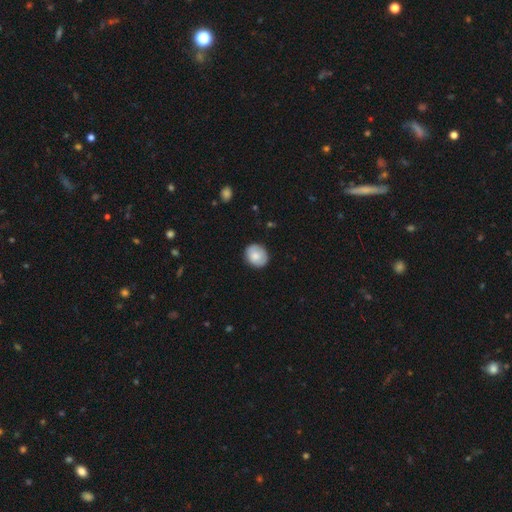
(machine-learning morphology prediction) smooth 81%, featured or disk 13%, star or artifact 7%. Down the decision tree: how rounded — round (65%); merging — none (85%).